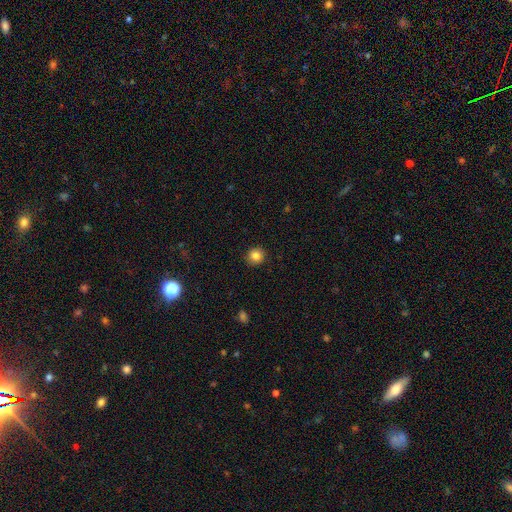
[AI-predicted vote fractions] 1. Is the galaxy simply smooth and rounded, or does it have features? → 84% smooth, 11% star or artifact, 5% featured or disk.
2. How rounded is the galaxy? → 91% round, 8% in between, 1% cigar-shaped.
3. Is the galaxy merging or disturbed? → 91% none, 6% minor disturbance, 2% major disturbance, 1% merger.